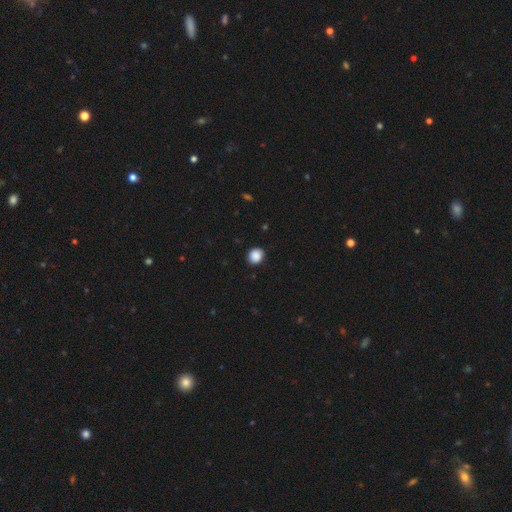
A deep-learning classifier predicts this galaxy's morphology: A smooth galaxy with no disk features (89%) that is round (76%).

Vote fractions:
- Smooth or featured? smooth: 89% / star or artifact: 9% / featured or disk: 3%
- How rounded? round: 76% / in between: 23% / cigar-shaped: 1%
- Merging? none: 89% / minor disturbance: 8% / major disturbance: 2% / merger: 1%